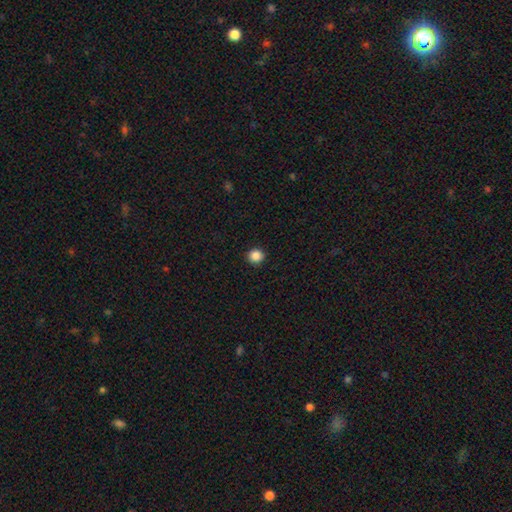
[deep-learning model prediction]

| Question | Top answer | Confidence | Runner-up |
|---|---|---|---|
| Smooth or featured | smooth | 87% | star or artifact (11%) |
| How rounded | round | 93% | in between (6%) |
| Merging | none | 93% | minor disturbance (4%) |